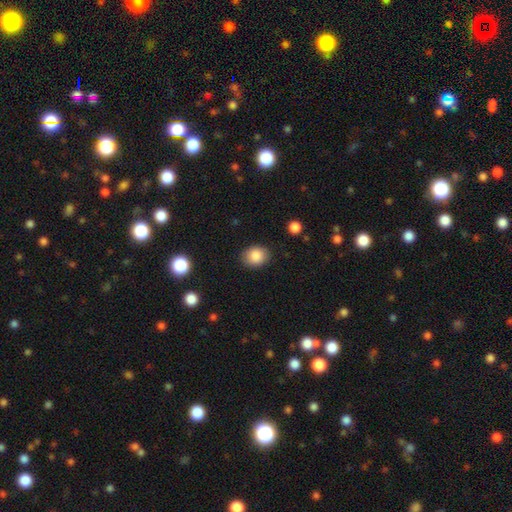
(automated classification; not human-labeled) The model was most divided on "how rounded": round: 53%, in between: 46%, cigar-shaped: 1%. More confident: smooth or featured — smooth (86%); merging — none (85%).